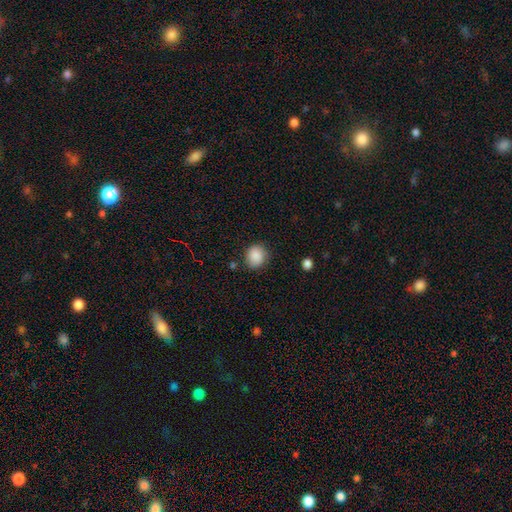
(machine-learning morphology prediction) A smooth galaxy with no disk features (88%) that is round (75%).

Vote fractions:
- Smooth or featured? smooth: 88% / star or artifact: 8% / featured or disk: 4%
- How rounded? round: 75% / in between: 24% / cigar-shaped: 1%
- Merging? none: 80% / minor disturbance: 15% / major disturbance: 4% / merger: 2%